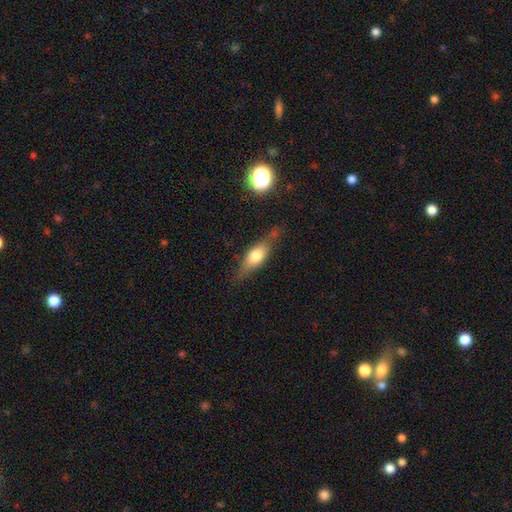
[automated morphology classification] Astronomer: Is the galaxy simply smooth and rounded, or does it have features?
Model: smooth — 49% (runner-up: featured or disk, 43%).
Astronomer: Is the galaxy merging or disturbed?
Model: none — 72%.